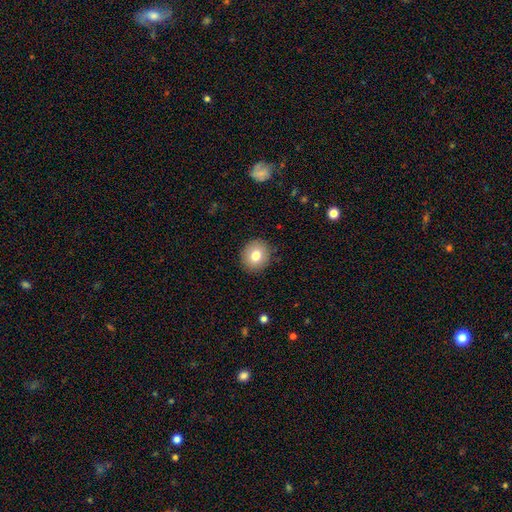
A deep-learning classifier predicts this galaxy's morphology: This is likely a smooth galaxy (79%). How rounded: clearly round (84%). Merging: clearly none (89%).